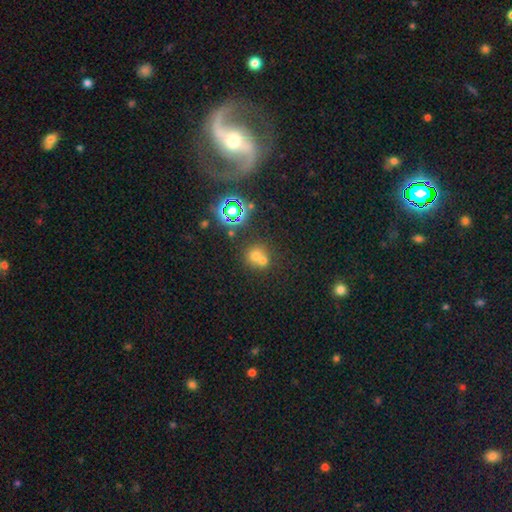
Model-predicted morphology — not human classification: This appears to be a smooth galaxy with no disk features (60%) that is round (82%). Merging: merger (54%).